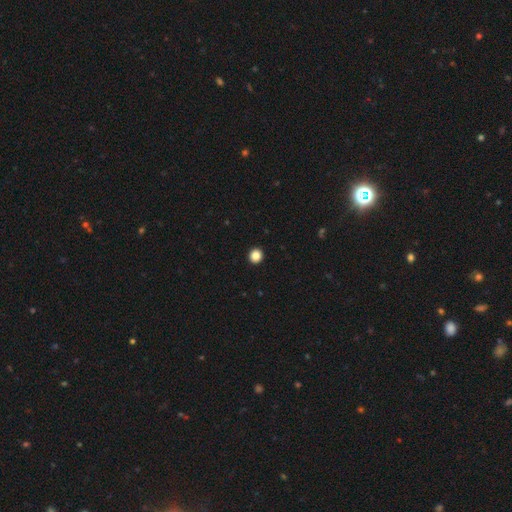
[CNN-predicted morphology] This is clearly a smooth galaxy (86%). How rounded: clearly round (93%). Merging: clearly none (94%).